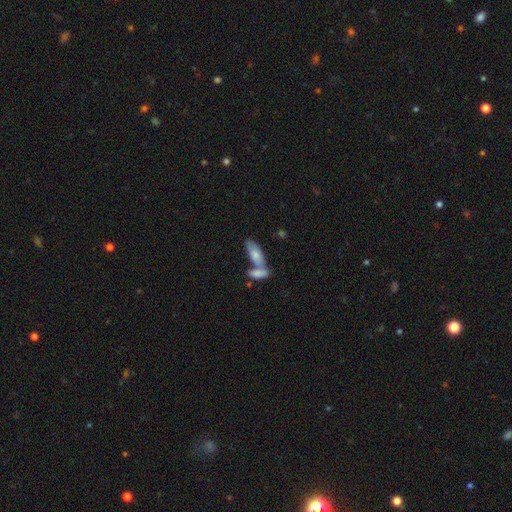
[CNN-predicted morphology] This appears to be a smooth galaxy with no disk features (63%) that is in between round and cigar-shaped (74%). Merging: merger (52%).